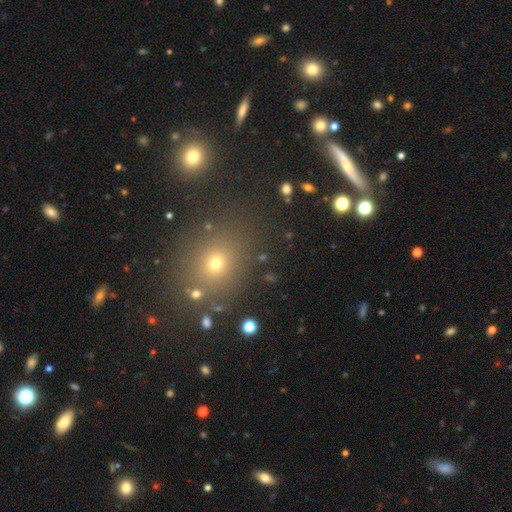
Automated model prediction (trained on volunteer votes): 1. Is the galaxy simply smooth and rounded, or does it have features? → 52% smooth, 34% star or artifact, 14% featured or disk.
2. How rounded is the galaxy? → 74% round, 23% in between, 3% cigar-shaped.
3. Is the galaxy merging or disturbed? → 84% none, 8% minor disturbance, 4% merger, 4% major disturbance.